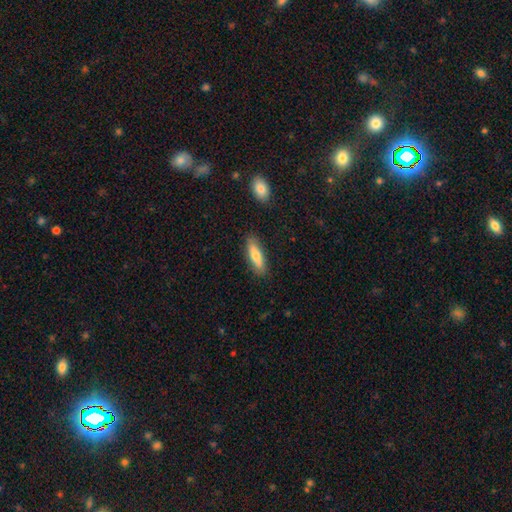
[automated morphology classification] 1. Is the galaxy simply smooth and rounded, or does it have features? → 69% smooth, 25% featured or disk, 6% star or artifact.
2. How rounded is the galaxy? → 55% cigar-shaped, 43% in between, 2% round.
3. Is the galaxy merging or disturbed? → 86% none, 11% minor disturbance, 2% major disturbance, 2% merger.